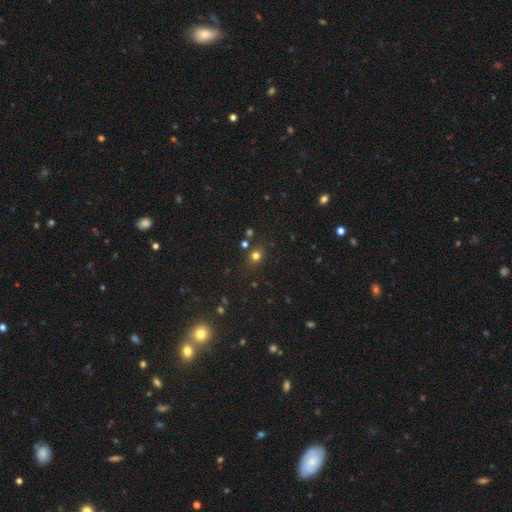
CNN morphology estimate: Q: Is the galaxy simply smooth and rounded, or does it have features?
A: smooth — 70%.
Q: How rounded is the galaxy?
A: round — 72%.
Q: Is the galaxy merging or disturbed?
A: none — 79%.